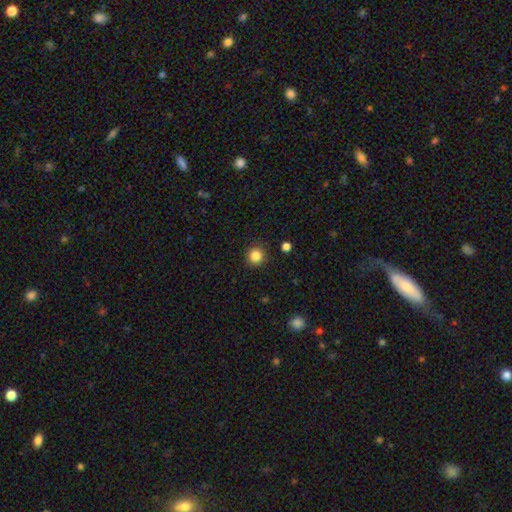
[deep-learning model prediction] smooth 84%, star or artifact 12%, featured or disk 4%. Down the decision tree: how rounded — round (95%); merging — none (92%).